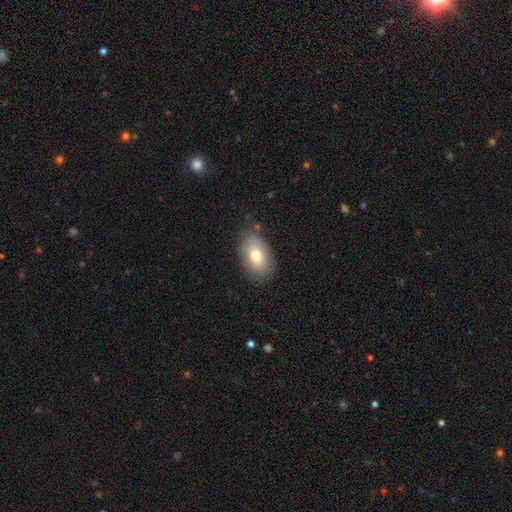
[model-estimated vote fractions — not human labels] A smooth galaxy with no disk features (75%) that is in between round and cigar-shaped (91%). Merging: none (79%).